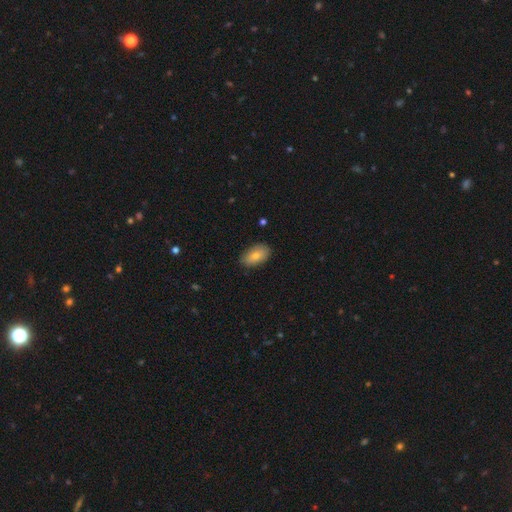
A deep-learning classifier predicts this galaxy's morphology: smooth 79%, featured or disk 14%, star or artifact 7%. Down the decision tree: how rounded — in between (92%); merging — none (84%).